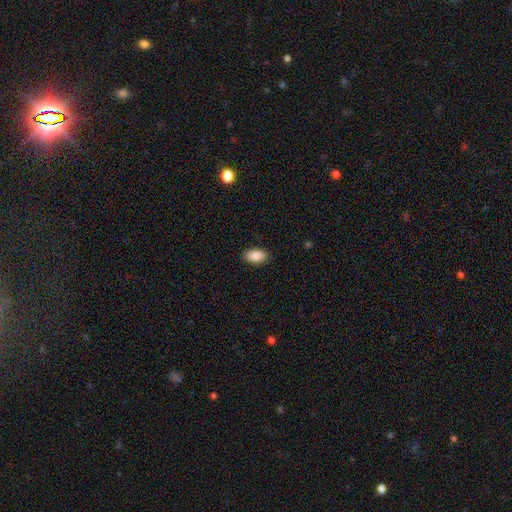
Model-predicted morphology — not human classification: The model was most divided on "merging": none: 88%, minor disturbance: 9%, major disturbance: 2%, merger: 1%. More confident: how rounded — in between (94%); smooth or featured — smooth (89%).